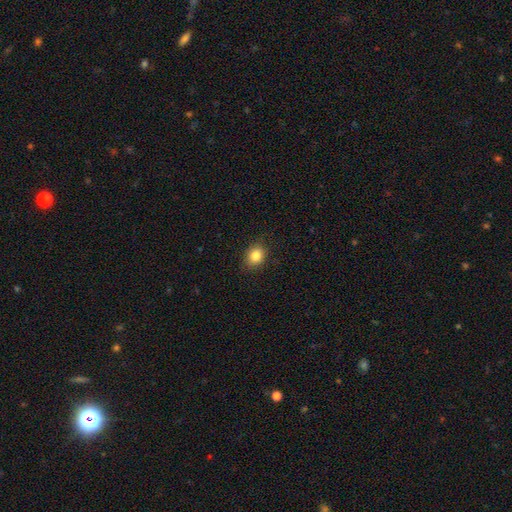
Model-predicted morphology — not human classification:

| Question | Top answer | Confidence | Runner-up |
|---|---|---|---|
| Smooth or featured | smooth | 84% | star or artifact (10%) |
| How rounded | round | 58% | in between (41%) |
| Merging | none | 84% | minor disturbance (12%) |